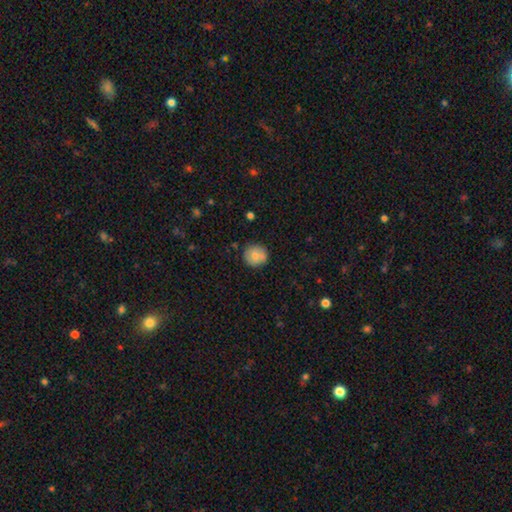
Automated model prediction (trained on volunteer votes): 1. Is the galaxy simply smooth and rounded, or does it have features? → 72% smooth, 20% featured or disk, 8% star or artifact.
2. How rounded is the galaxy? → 89% round, 10% in between, 1% cigar-shaped.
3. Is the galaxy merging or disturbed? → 79% none, 14% minor disturbance, 4% merger, 3% major disturbance.